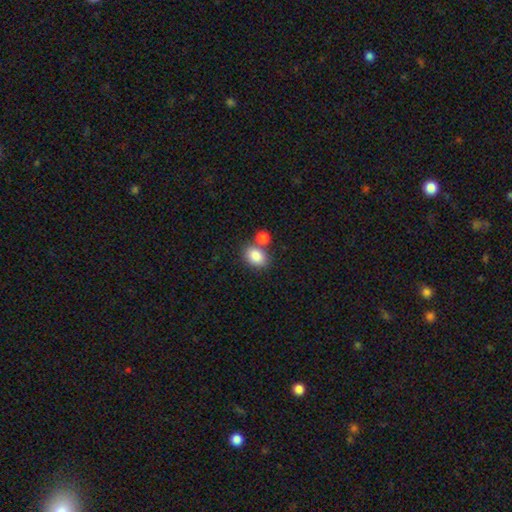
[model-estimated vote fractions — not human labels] This appears to be a smooth galaxy with no disk features (85%) that is in between round and cigar-shaped (68%). Merging: none (62%).